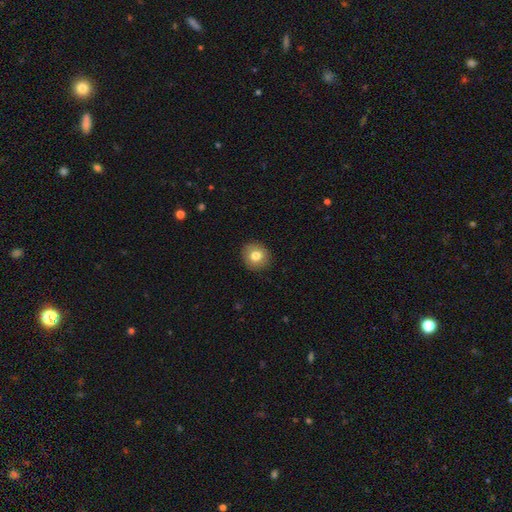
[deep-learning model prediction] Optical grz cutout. It shows a smooth galaxy with no disk features (80%) that is round (86%). Merging: none (91%).